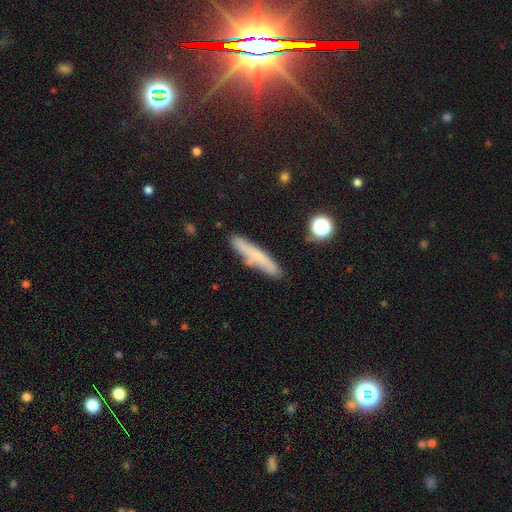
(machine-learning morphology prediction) A smooth galaxy with no disk features (61%) that is cigar-shaped (91%).

Vote fractions:
- Smooth or featured? smooth: 61% / featured or disk: 30% / star or artifact: 9%
- How rounded? cigar-shaped: 91% / in between: 7% / round: 2%
- Merging? none: 80% / minor disturbance: 13% / merger: 4% / major disturbance: 3%